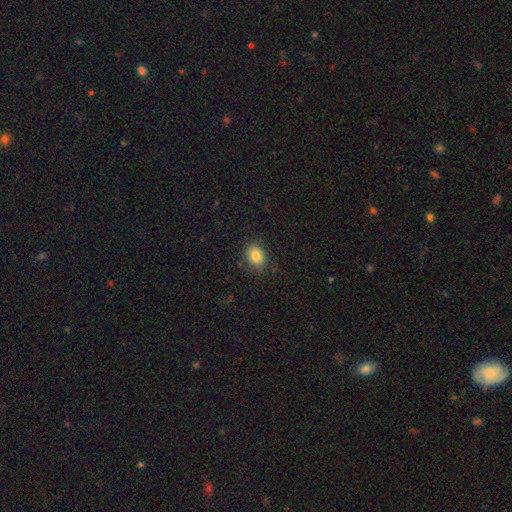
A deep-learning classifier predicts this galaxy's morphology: This is clearly a smooth galaxy (84%). How rounded: likely in between (68%). Merging: clearly none (83%).